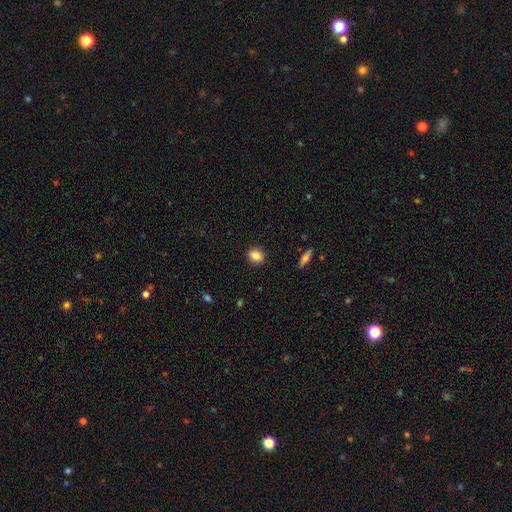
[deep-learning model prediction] Q: Smooth or featured?
A: smooth (85%); runner-up: star or artifact (9%)
Q: How rounded?
A: round (53%); runner-up: in between (45%)
Q: Merging?
A: none (90%); runner-up: minor disturbance (7%)